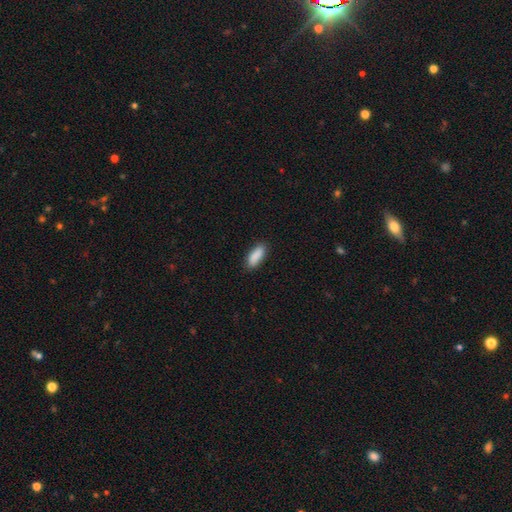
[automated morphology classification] Smooth or featured? Predicted: smooth (p=0.89). How rounded? Predicted: in between (p=0.71). Merging? Predicted: none (p=0.84).